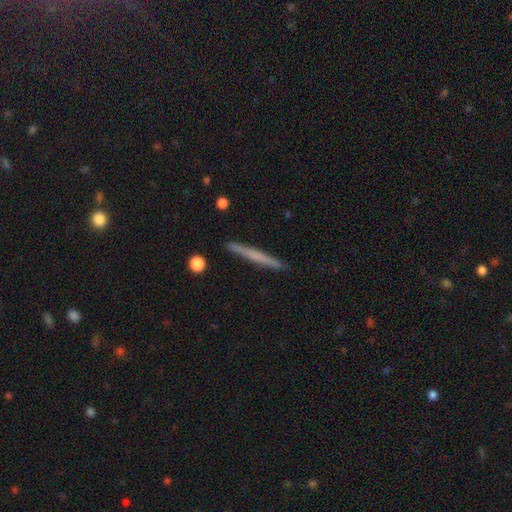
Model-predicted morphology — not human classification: smooth-or-featured: smooth: 53% | featured or disk: 41% | star or artifact: 6%
  how-rounded: cigar-shaped: 97% | in between: 2% | round: 1%
  merging: none: 91% | minor disturbance: 6% | merger: 1% | major disturbance: 1%